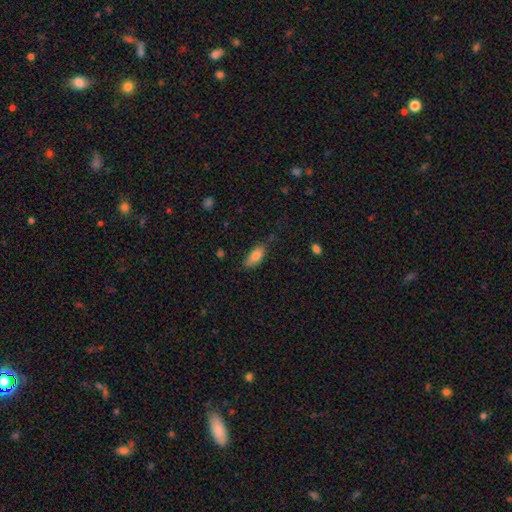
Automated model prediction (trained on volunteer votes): Q: Smooth or featured?
A: smooth (84%); runner-up: featured or disk (9%)
Q: How rounded?
A: in between (82%); runner-up: cigar-shaped (15%)
Q: Merging?
A: none (65%); runner-up: minor disturbance (25%)